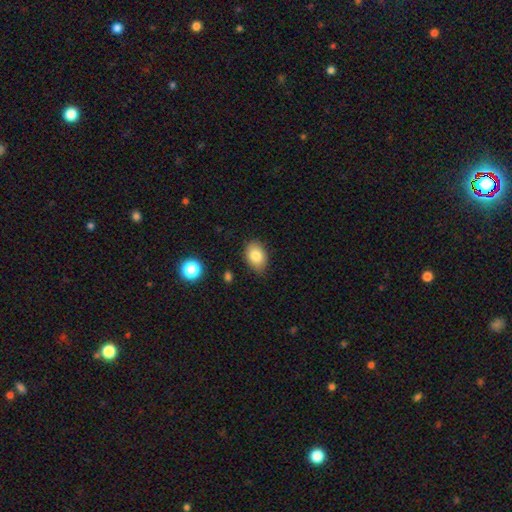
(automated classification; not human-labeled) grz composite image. It shows a smooth galaxy with no disk features (82%) that is in between round and cigar-shaped (80%). Merging: none (80%).